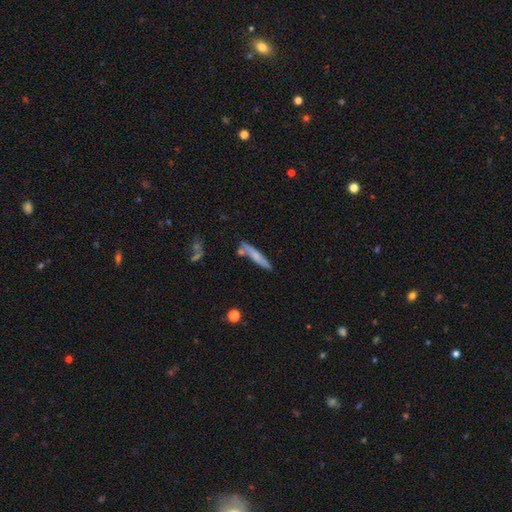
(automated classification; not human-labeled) A smooth galaxy with no disk features (63%) that is cigar-shaped (90%).

Vote fractions:
- Smooth or featured? smooth: 63% / featured or disk: 31% / star or artifact: 6%
- How rounded? cigar-shaped: 90% / in between: 8% / round: 2%
- Merging? none: 72% / minor disturbance: 15% / merger: 10% / major disturbance: 3%